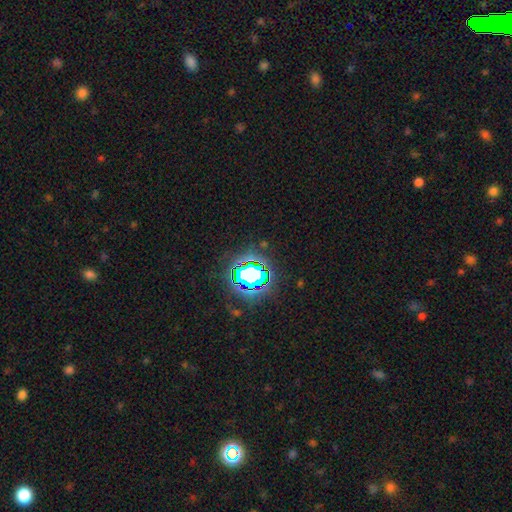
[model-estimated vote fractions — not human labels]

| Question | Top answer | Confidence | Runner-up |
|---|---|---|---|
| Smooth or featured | star or artifact | 81% | smooth (12%) |